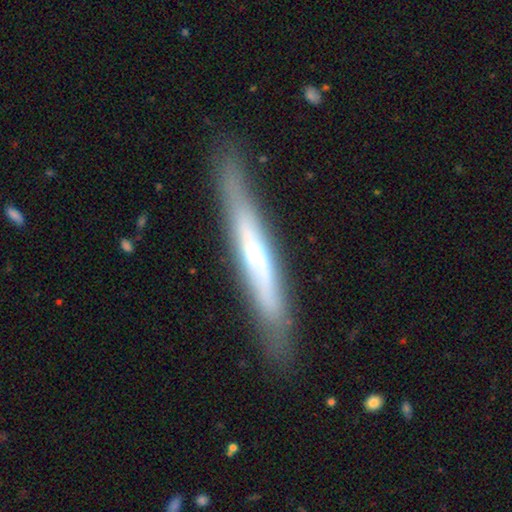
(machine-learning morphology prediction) smooth-or-featured: featured or disk: 59% | smooth: 35% | star or artifact: 6%
  disk-edge-on: yes: 83% | no: 17%
  merging: none: 84% | minor disturbance: 12% | major disturbance: 3% | merger: 2%